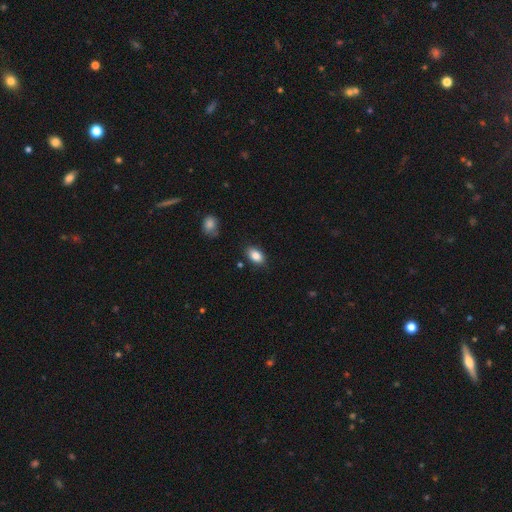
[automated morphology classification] type=smooth (85%); roundness=in between (89%); merging=none (84%).